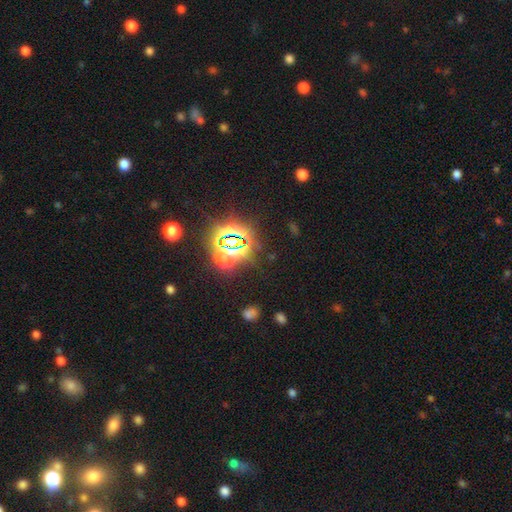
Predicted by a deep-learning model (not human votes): Smooth or featured?
  - star or artifact: 83% *
  - smooth: 10%
  - featured or disk: 6%